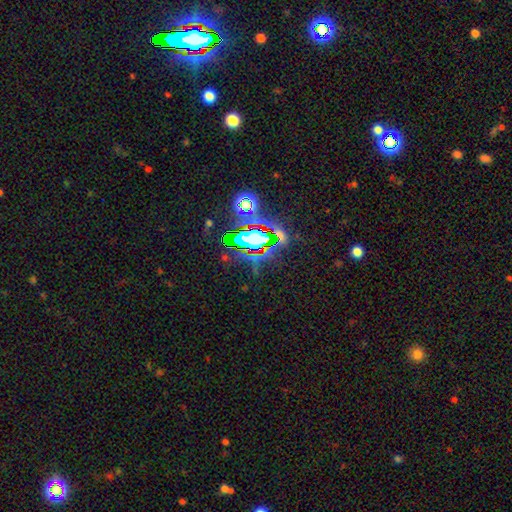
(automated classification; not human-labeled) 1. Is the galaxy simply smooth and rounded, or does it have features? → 68% star or artifact, 18% smooth, 14% featured or disk.